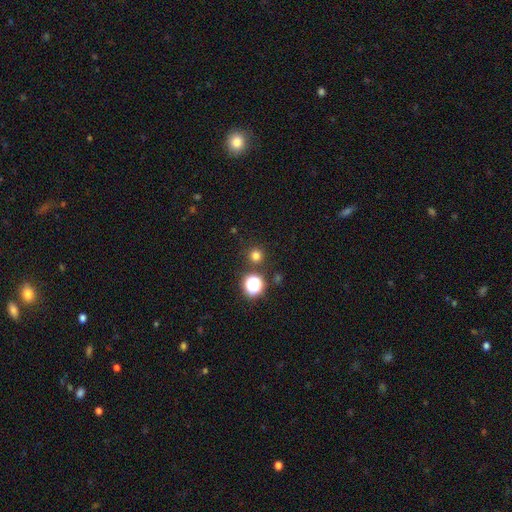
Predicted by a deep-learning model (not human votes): A smooth galaxy with no disk features (74%) that is round (95%).

Vote fractions:
- Smooth or featured? smooth: 74% / star or artifact: 22% / featured or disk: 5%
- How rounded? round: 95% / in between: 4% / cigar-shaped: 1%
- Merging? none: 88% / minor disturbance: 6% / merger: 4% / major disturbance: 2%